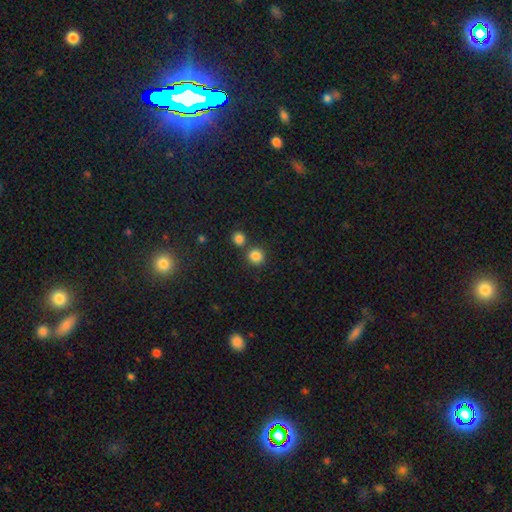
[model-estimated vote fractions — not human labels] Smooth or featured? smooth (84%)
How rounded? round (89%)
Merging? none (72%)